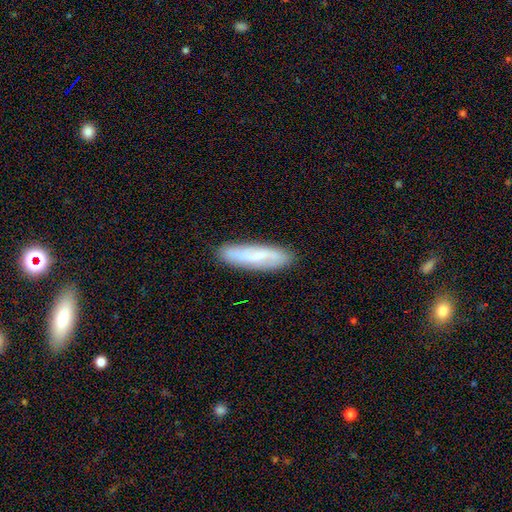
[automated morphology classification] Smooth or featured?
  - featured or disk: 48% *
  - smooth: 45%
  - star or artifact: 7%
Merging?
  - none: 87% *
  - minor disturbance: 10%
  - major disturbance: 2%
  - merger: 1%